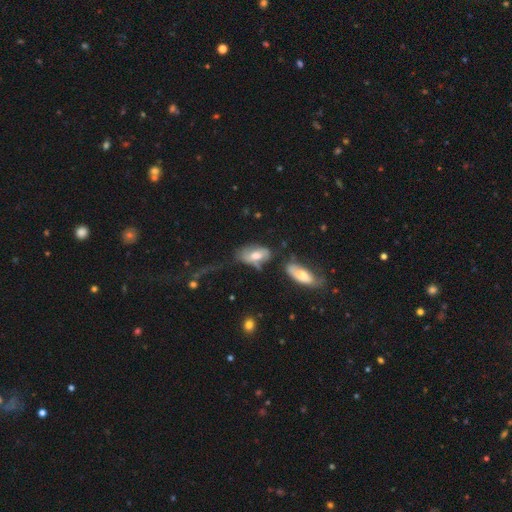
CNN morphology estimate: type=smooth (57%); roundness=in between (92%); merging=none (35%).